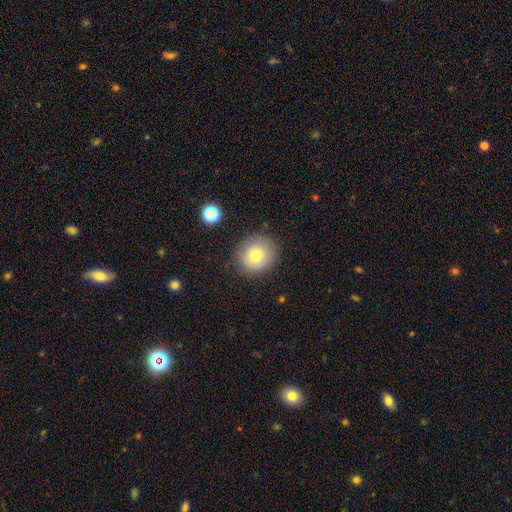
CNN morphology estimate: The model was most divided on "smooth or featured": smooth: 75%, featured or disk: 14%, star or artifact: 11%. More confident: how rounded — round (88%); merging — none (85%).